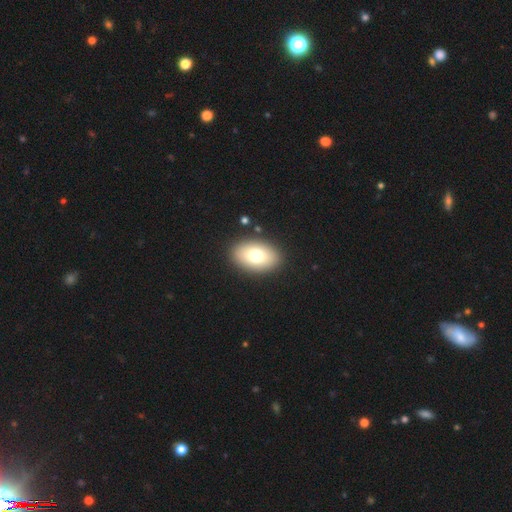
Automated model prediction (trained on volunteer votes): A smooth galaxy with no disk features (75%) that is in between round and cigar-shaped (89%).

Vote fractions:
- Smooth or featured? smooth: 75% / featured or disk: 16% / star or artifact: 9%
- How rounded? in between: 89% / round: 10% / cigar-shaped: 1%
- Merging? none: 89% / minor disturbance: 7% / major disturbance: 2% / merger: 2%